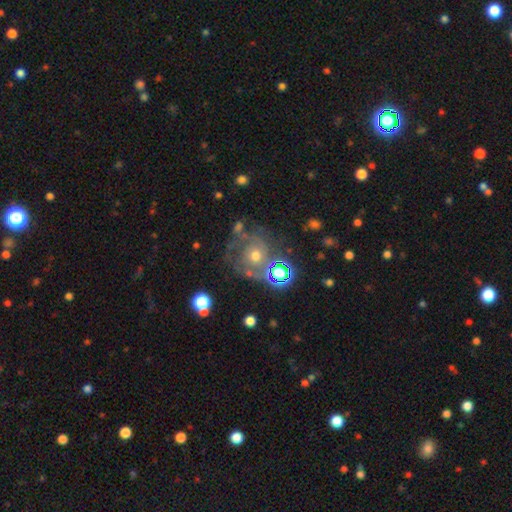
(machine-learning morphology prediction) A featured or disk galaxy (53%) with no bar (83%), spiral arms (69%) and a moderate central bulge (62%). Merging: none (54%).